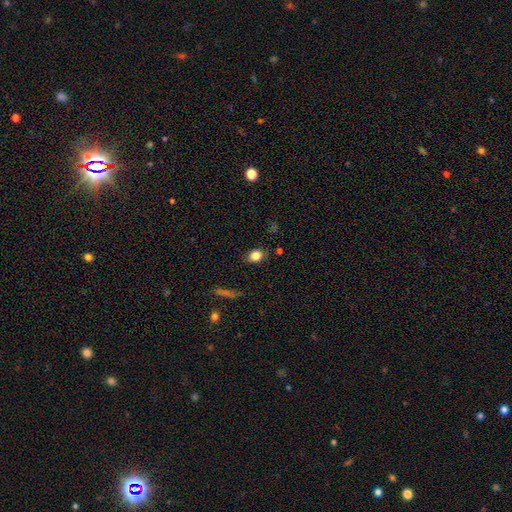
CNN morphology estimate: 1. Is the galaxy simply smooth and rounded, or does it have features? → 82% smooth, 10% star or artifact, 8% featured or disk.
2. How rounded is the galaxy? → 51% round, 47% in between, 2% cigar-shaped.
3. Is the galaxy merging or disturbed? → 81% none, 14% minor disturbance, 4% major disturbance, 2% merger.